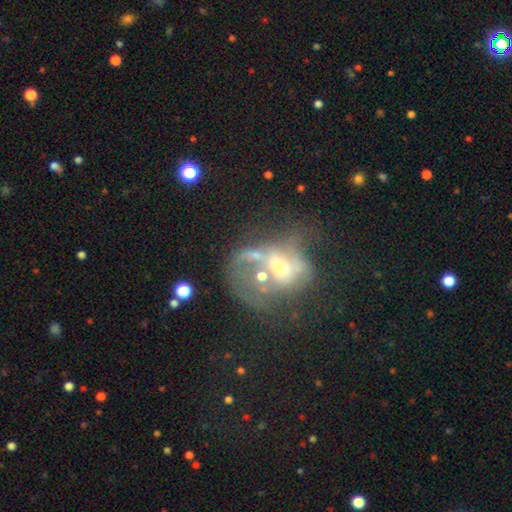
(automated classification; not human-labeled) A featured or disk galaxy (59%) with no bar (73%), no spiral arms (63%) and a moderate central bulge (53%).

Vote fractions:
- Smooth or featured? featured or disk: 59% / smooth: 28% / star or artifact: 13%
- Edge-on disk? no: 96% / yes: 4%
- Bar? no: 73% / weak: 20% / strong: 7%
- Spiral arms? no: 63% / yes: 37%
- Bulge size? moderate: 53% / small: 33% / large: 7% / none: 6% / dominant: 2%
- Merging? major disturbance: 36% / merger: 35% / none: 18% / minor disturbance: 11%